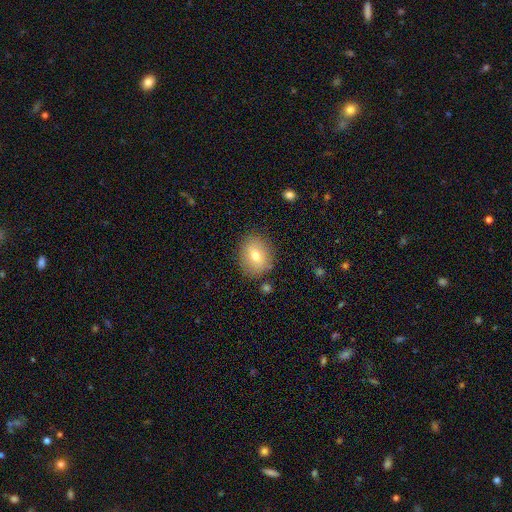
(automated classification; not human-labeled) Smooth or featured? smooth (71%)
How rounded? round (50%)
Merging? none (83%)